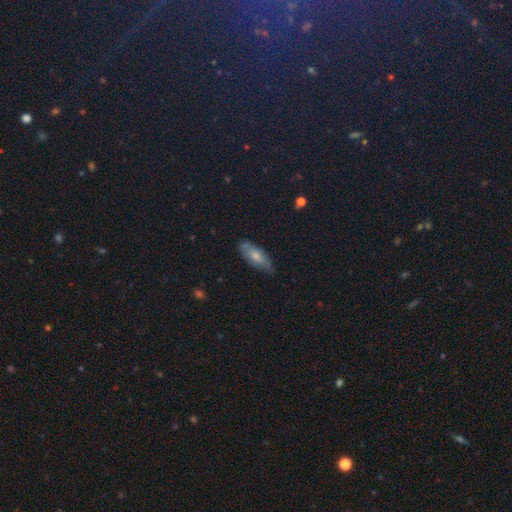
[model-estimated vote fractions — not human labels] smooth-or-featured: smooth: 62% | featured or disk: 31% | star or artifact: 7%
  how-rounded: in between: 73% | cigar-shaped: 25% | round: 2%
  merging: none: 70% | minor disturbance: 24% | major disturbance: 4% | merger: 2%